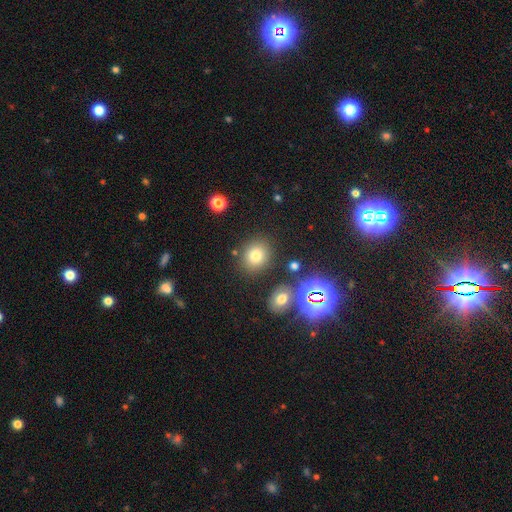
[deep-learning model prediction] The model was most divided on "how rounded": round: 72%, in between: 27%, cigar-shaped: 1%. More confident: merging — none (82%); smooth or featured — smooth (76%).